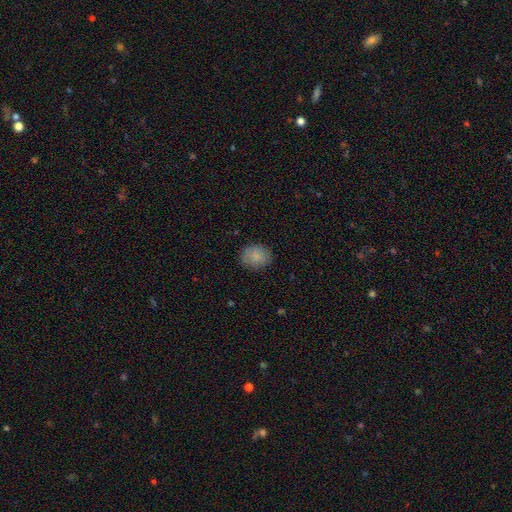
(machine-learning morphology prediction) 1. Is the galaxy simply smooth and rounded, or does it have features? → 85% smooth, 8% star or artifact, 7% featured or disk.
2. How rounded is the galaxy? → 52% round, 47% in between, 1% cigar-shaped.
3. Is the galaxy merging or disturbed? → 84% none, 12% minor disturbance, 3% major disturbance, 1% merger.